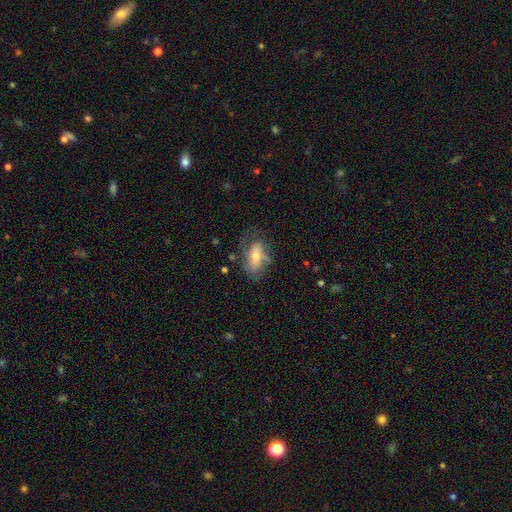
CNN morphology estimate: A featured or disk galaxy (53%).

Vote fractions:
- Smooth or featured? featured or disk: 53% / smooth: 39% / star or artifact: 9%
- Edge-on disk? no: 91% / yes: 9%
- Merging? none: 54% / minor disturbance: 25% / major disturbance: 18% / merger: 2%